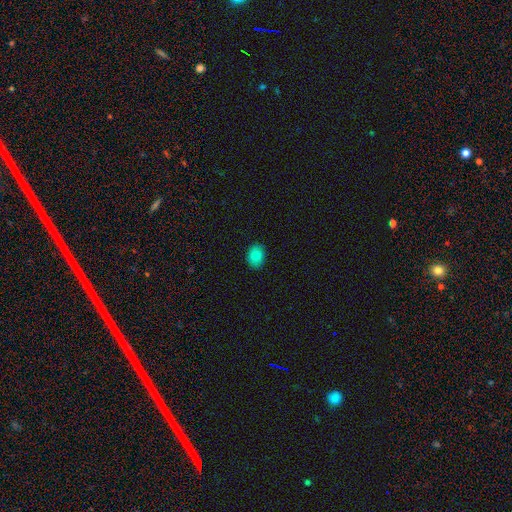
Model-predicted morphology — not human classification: Smooth or featured? Predicted: smooth (p=0.82). How rounded? Predicted: in between (p=0.60). Merging? Predicted: none (p=0.88).